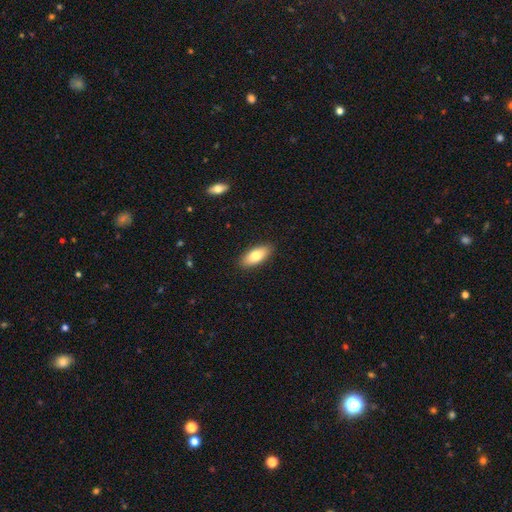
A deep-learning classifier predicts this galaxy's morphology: Smooth or featured? smooth (78%)
How rounded? in between (82%)
Merging? none (89%)